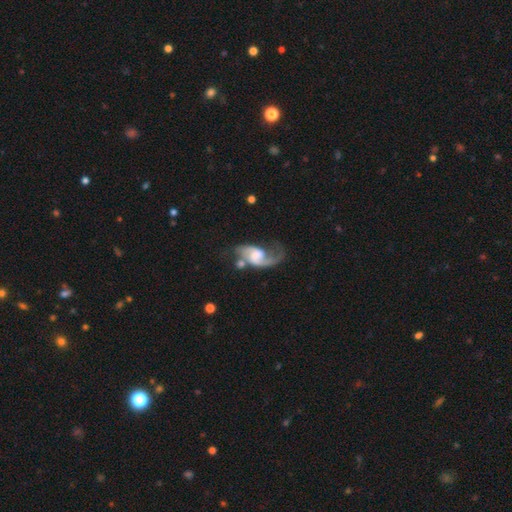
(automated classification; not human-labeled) This appears to be a featured or disk galaxy (83%) with no bar (45%), 2 (70%) loose (51%) spiral arms (95%) and a moderate central bulge (36%). Merging: none (38%).